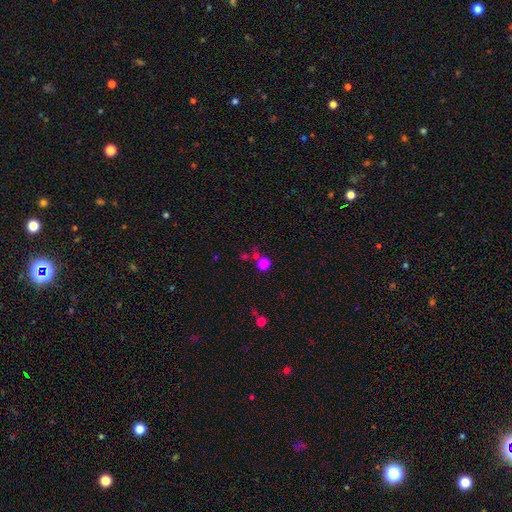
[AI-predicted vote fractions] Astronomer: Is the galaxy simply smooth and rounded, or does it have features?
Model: smooth — 79%.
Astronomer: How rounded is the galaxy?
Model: round — 91%.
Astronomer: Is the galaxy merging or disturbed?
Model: none — 71%.